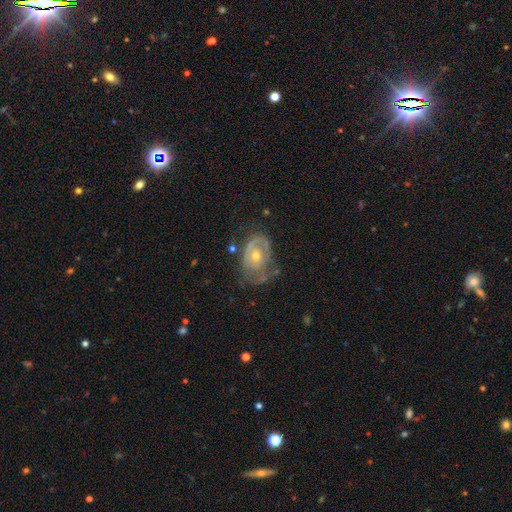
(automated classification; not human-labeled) Overall: featured or disk (72%). Edge-on disk: no (96%). Bar: no (82%). Spiral arms: yes (65%; no 35%). Bulge size: moderate (56%; small 40%). Merging: none (44%; minor disturbance 29%).